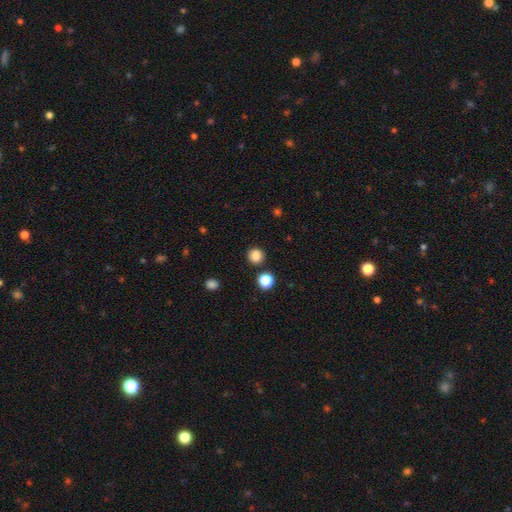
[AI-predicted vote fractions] A smooth galaxy with no disk features (84%) that is round (92%). Merging: none (88%).